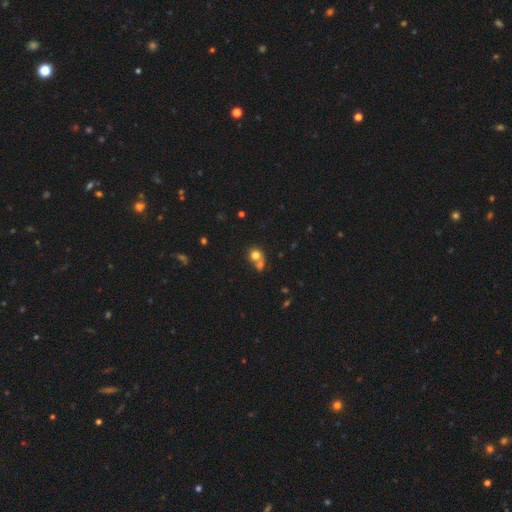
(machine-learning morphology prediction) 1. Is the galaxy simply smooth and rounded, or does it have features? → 75% smooth, 13% featured or disk, 12% star or artifact.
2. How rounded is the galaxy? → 79% round, 20% in between, 1% cigar-shaped.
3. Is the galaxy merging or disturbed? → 46% merger, 38% none, 9% minor disturbance, 6% major disturbance.